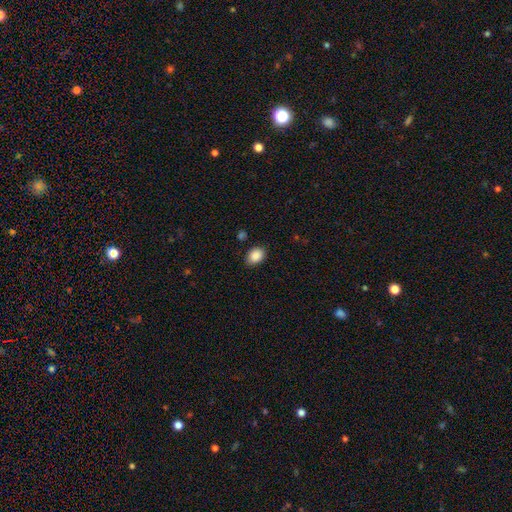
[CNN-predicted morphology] The model was most divided on "how rounded": in between: 71%, round: 28%, cigar-shaped: 1%. More confident: smooth or featured — smooth (88%); merging — none (84%).